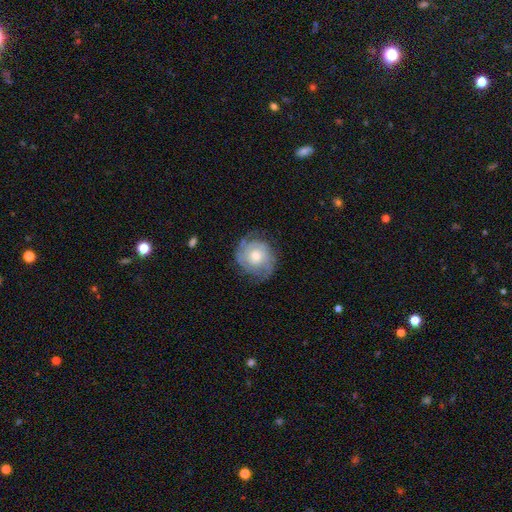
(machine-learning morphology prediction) smooth_or_featured: featured or disk (p=0.76) [alt: smooth p=0.19]
disk_edge_on: no (p=0.98) [alt: yes p=0.02]
bar: no (p=0.73) [alt: weak p=0.24]
has_spiral_arms: yes (p=0.91) [alt: no p=0.09]
spiral_winding: tight (p=0.62) [alt: medium p=0.30]
spiral_arm_count: 2 (p=0.42) [alt: can't tell p=0.29]
bulge_size: moderate (p=0.58) [alt: small p=0.33]
merging: none (p=0.71) [alt: minor disturbance p=0.19]